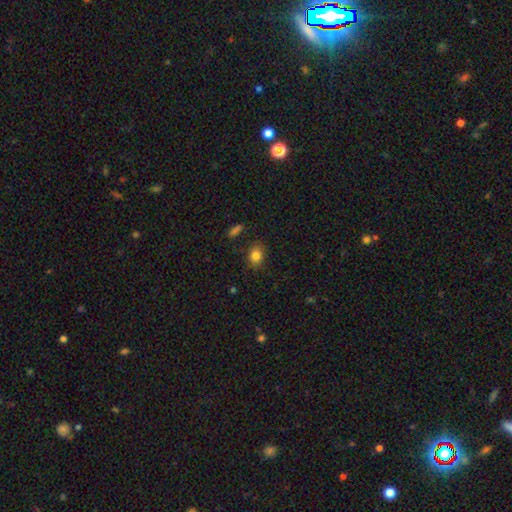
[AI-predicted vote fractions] smooth_or_featured: smooth (p=0.83) [alt: star or artifact p=0.11]
how_rounded: in between (p=0.54) [alt: round p=0.45]
merging: none (p=0.82) [alt: minor disturbance p=0.13]